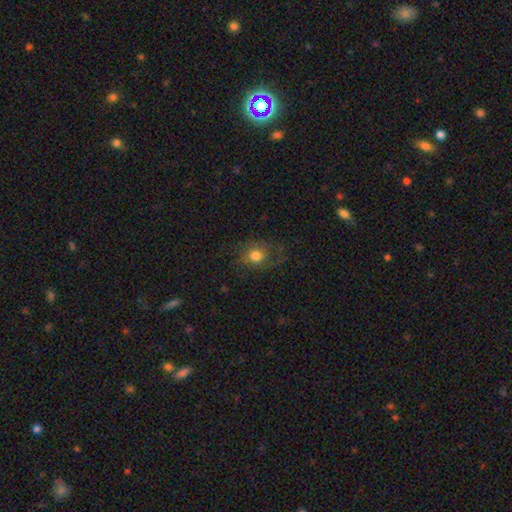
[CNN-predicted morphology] This is likely a smooth galaxy (60%). How rounded: likely round (69%). Merging: possibly none (59%).